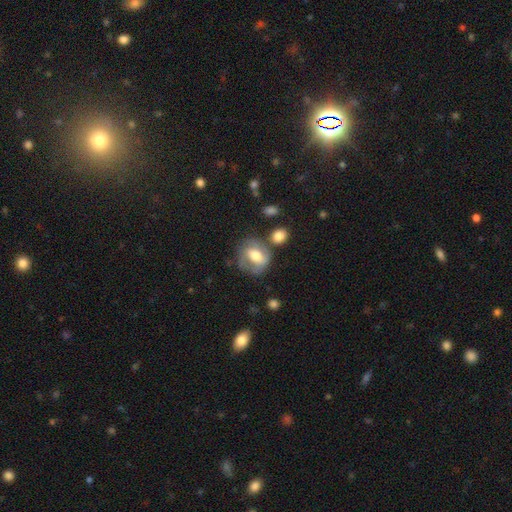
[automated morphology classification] The model was most divided on "smooth or featured": smooth: 50%, featured or disk: 42%, star or artifact: 8%. More confident: how rounded — round (55%); merging — none (55%).